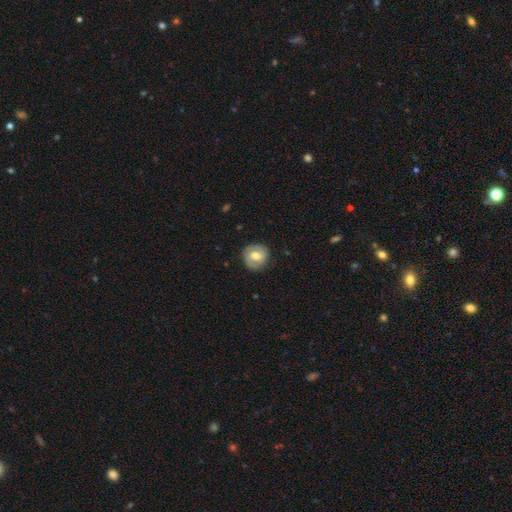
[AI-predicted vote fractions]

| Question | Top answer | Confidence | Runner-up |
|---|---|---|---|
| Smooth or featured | featured or disk | 49% | smooth (45%) |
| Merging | none | 84% | minor disturbance (12%) |